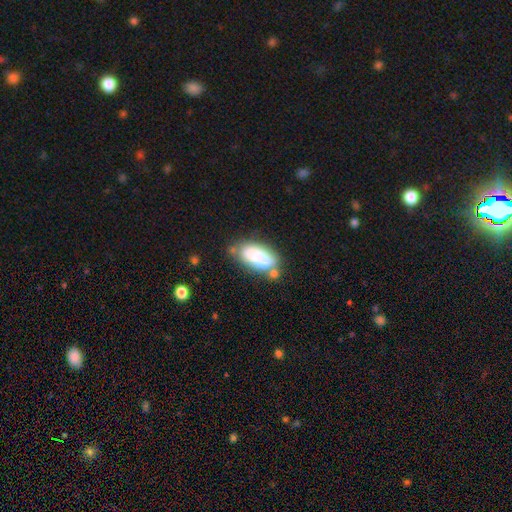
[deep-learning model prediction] This appears to be a smooth galaxy with no disk features (78%) that is in between round and cigar-shaped (84%). Merging: none (54%).